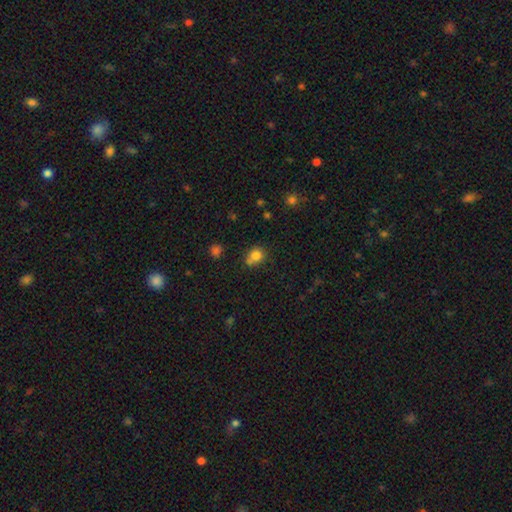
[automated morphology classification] The model was most divided on "merging": none: 52%, minor disturbance: 22%, merger: 20%, major disturbance: 6%. More confident: smooth or featured — smooth (79%); how rounded — round (66%).